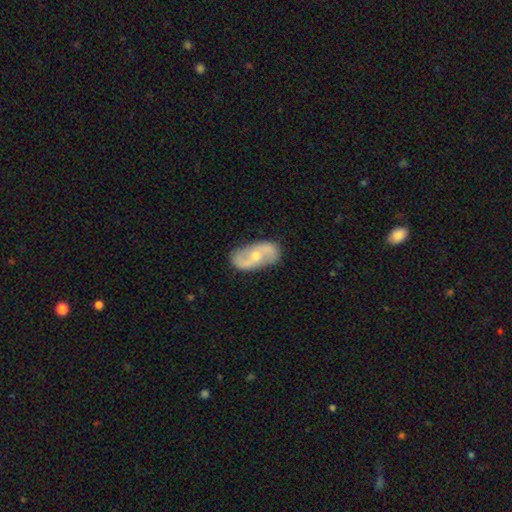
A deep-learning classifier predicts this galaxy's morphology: smooth-or-featured: featured or disk: 75% | smooth: 20% | star or artifact: 5%
  disk-edge-on: no: 95% | yes: 5%
    bar: no: 52% | weak: 36% | strong: 12%
    has-spiral-arms: yes: 89% | no: 11%
      spiral-winding: loose: 51% | medium: 36% | tight: 13%
      spiral-arm-count: 2: 90% | can't tell: 5% | 1: 2% | 3: 1% | 4: 1% | more than 4: 1%
    bulge-size: moderate: 51% | small: 44% | large: 2% | none: 2% | dominant: 1%
  merging: none: 81% | minor disturbance: 14% | major disturbance: 3% | merger: 2%